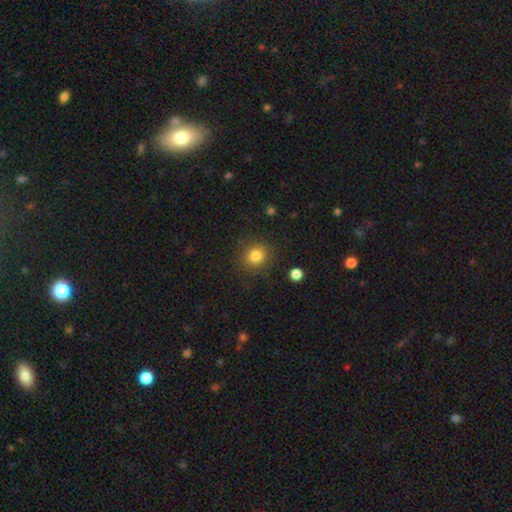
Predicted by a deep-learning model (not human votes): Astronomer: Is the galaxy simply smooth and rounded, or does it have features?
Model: smooth — 83%.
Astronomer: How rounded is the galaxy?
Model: round — 85%.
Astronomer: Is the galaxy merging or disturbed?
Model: none — 85%.